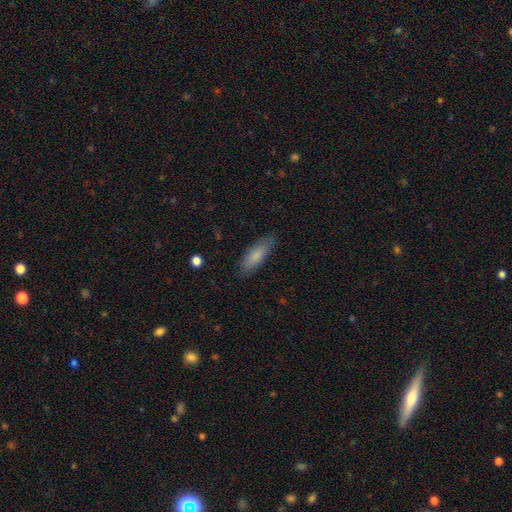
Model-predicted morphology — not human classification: Q: Smooth or featured?
A: smooth (82%); runner-up: featured or disk (13%)
Q: How rounded?
A: in between (56%); runner-up: cigar-shaped (42%)
Q: Merging?
A: none (83%); runner-up: minor disturbance (13%)